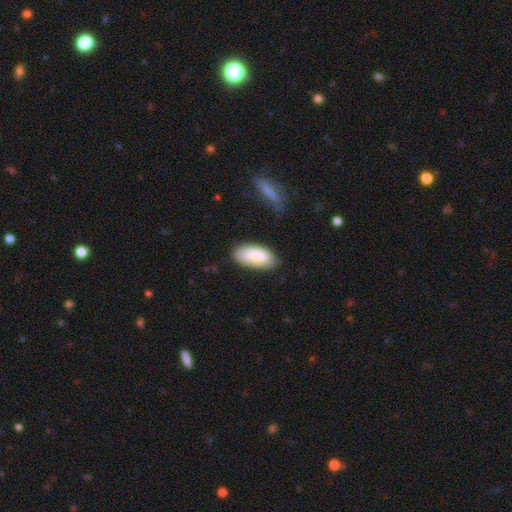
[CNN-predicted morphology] Smooth or featured?
  - smooth: 84% *
  - featured or disk: 10%
  - star or artifact: 6%
How rounded?
  - in between: 92% *
  - cigar-shaped: 6%
  - round: 2%
Merging?
  - none: 73% *
  - minor disturbance: 20%
  - major disturbance: 5%
  - merger: 3%